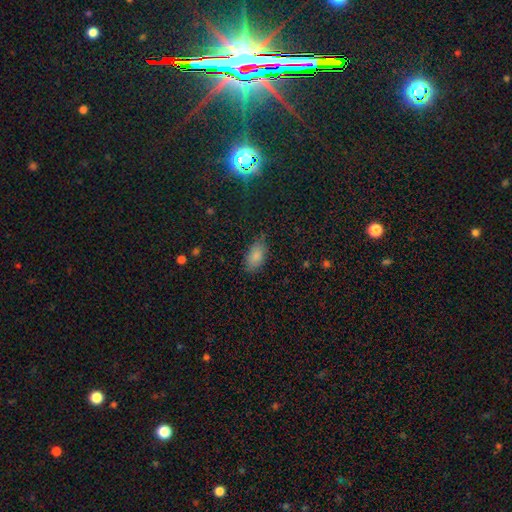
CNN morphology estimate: smooth-or-featured: smooth: 83% | star or artifact: 10% | featured or disk: 6%
  how-rounded: in between: 92% | round: 5% | cigar-shaped: 3%
  merging: none: 75% | minor disturbance: 19% | major disturbance: 4% | merger: 2%